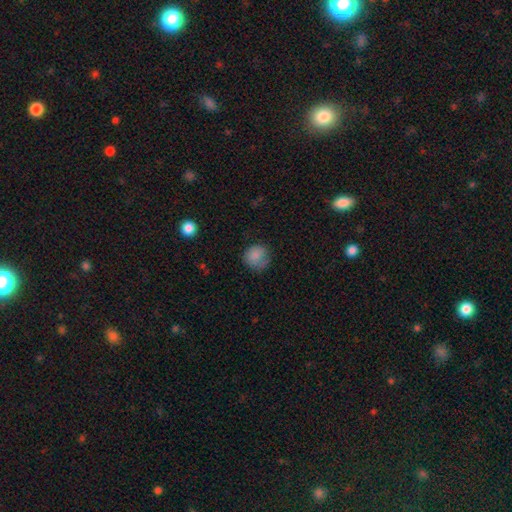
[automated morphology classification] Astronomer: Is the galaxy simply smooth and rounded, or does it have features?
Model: smooth — 82%.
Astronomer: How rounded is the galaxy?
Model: round — 79%.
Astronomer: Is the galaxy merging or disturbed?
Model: none — 60%.